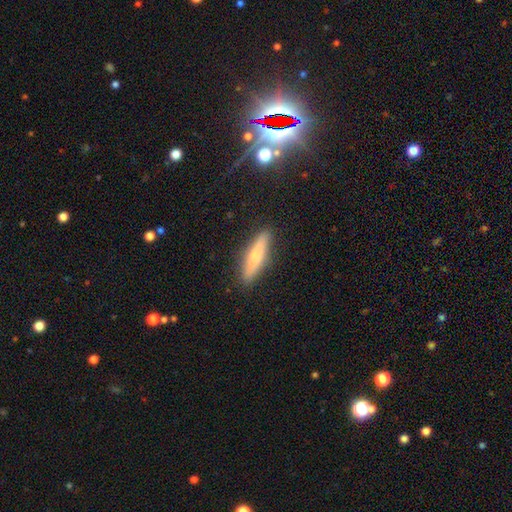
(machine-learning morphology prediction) Smooth or featured? Predicted: smooth (p=0.67). How rounded? Predicted: cigar-shaped (p=0.80). Merging? Predicted: none (p=0.88).